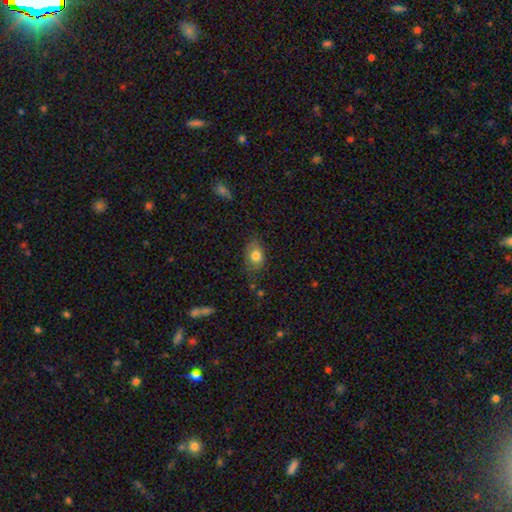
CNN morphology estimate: Smooth or featured? smooth (79%)
How rounded? in between (78%)
Merging? none (66%)